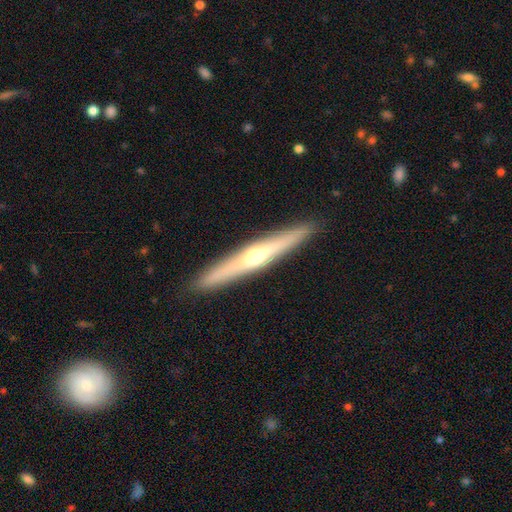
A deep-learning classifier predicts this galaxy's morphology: A featured or disk galaxy (64%) viewed edge-on (95%) with a rounded central bulge (87%). Merging: none (91%).